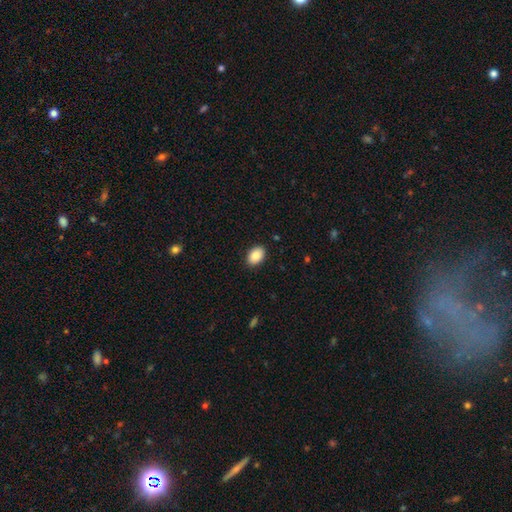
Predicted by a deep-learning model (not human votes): smooth_or_featured: smooth (p=0.88) [alt: star or artifact p=0.07]
how_rounded: in between (p=0.86) [alt: round p=0.13]
merging: none (p=0.89) [alt: minor disturbance p=0.08]